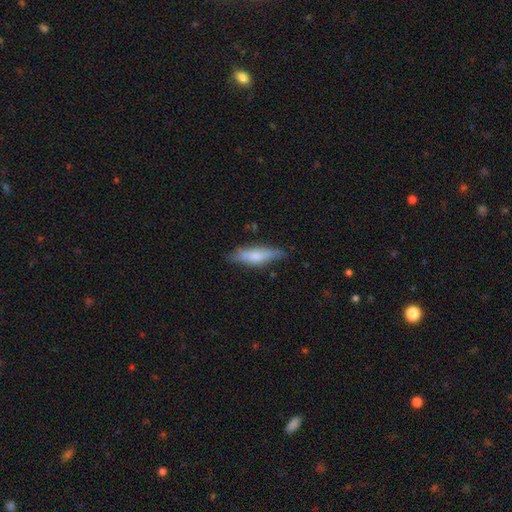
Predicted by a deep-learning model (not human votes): smooth-or-featured: smooth: 66% | featured or disk: 28% | star or artifact: 6%
  how-rounded: cigar-shaped: 60% | in between: 38% | round: 2%
  merging: none: 74% | minor disturbance: 20% | major disturbance: 4% | merger: 2%